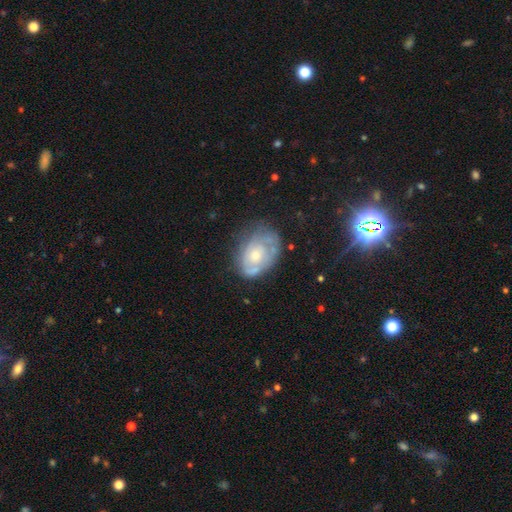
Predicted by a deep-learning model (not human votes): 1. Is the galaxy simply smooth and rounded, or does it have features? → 61% featured or disk, 31% smooth, 7% star or artifact.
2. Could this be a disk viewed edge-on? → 96% no, 4% yes.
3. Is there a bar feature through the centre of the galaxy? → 85% no, 13% weak, 2% strong.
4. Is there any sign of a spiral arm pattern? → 55% yes, 45% no.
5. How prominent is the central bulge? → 50% small, 43% moderate, 3% large, 2% none, 1% dominant.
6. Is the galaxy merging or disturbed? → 54% none, 28% minor disturbance, 14% major disturbance, 3% merger.